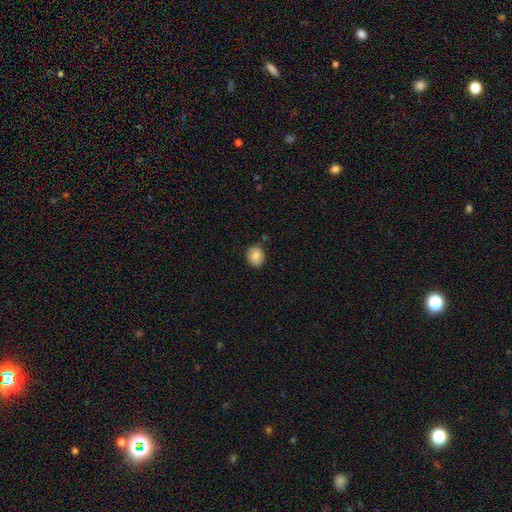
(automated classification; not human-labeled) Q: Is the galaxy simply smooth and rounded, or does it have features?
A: smooth — 84%.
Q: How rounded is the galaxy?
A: round — 54%.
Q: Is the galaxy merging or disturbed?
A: none — 80%.